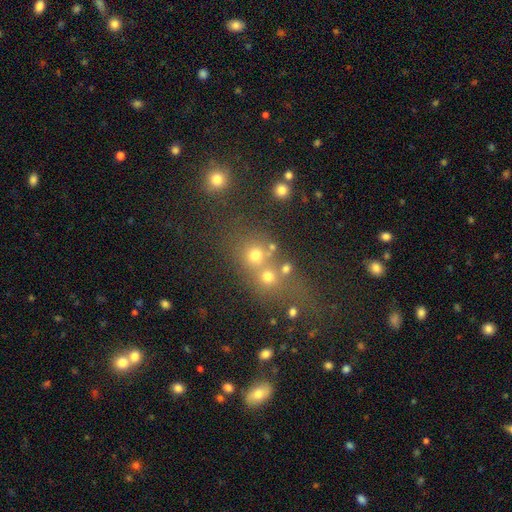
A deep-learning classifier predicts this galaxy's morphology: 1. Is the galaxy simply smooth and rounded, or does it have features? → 49% smooth, 35% star or artifact, 16% featured or disk.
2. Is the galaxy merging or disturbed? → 47% none, 39% merger, 9% minor disturbance, 6% major disturbance.